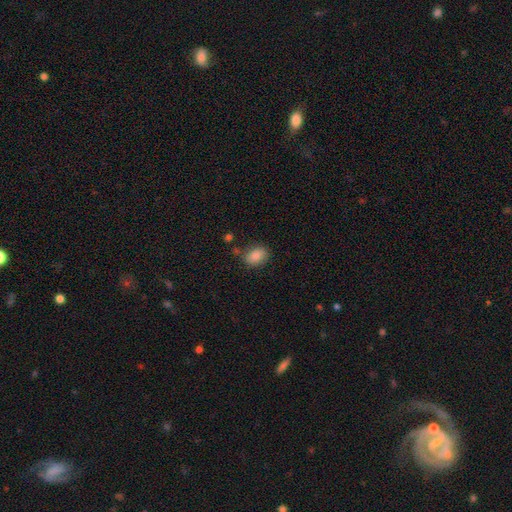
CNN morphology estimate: Overall: smooth (87%). How rounded: in between (75%). Merging: none (78%).